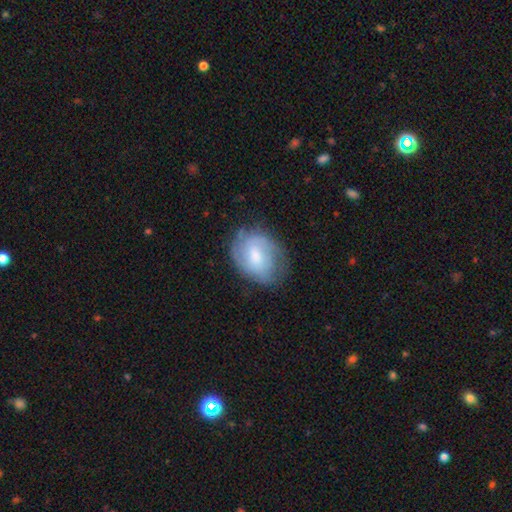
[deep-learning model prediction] Smooth or featured? featured or disk (52%)
Edge-on disk? no (96%)
Bar? no (46%)
Spiral arms? yes (77%)
Bulge size? moderate (47%)
Merging? none (63%)